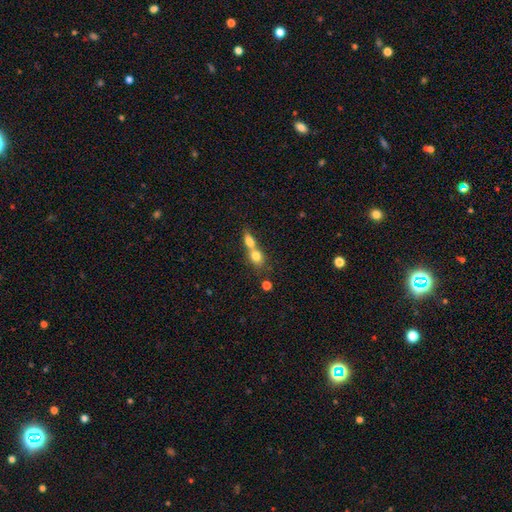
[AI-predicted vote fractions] Smooth or featured: smooth — 75% (featured or disk — 15%)
How rounded: round — 51% (in between — 43%)
Merging: merger — 69% (none — 22%)